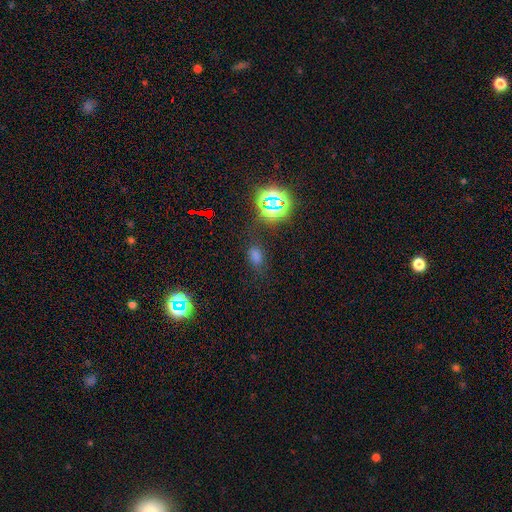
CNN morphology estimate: type=smooth (58%); roundness=in between (78%); merging=none (73%).